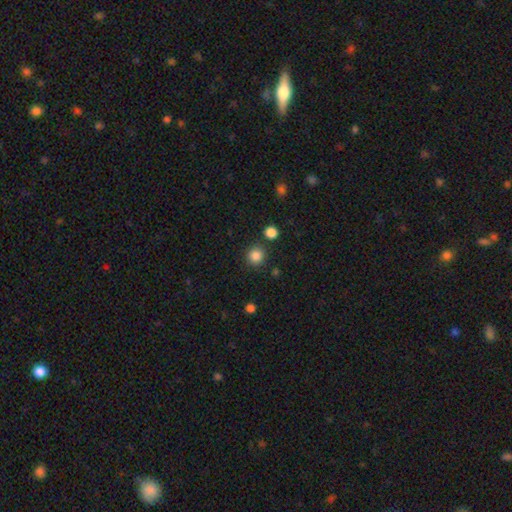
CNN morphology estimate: This appears to be a smooth galaxy with no disk features (85%) that is round (93%). Merging: none (86%).